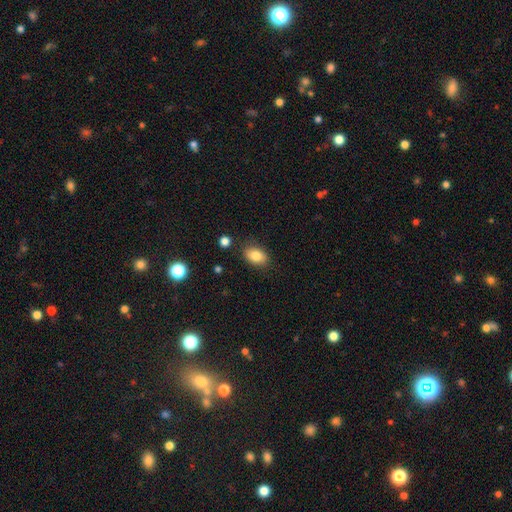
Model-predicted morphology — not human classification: Smooth or featured: smooth — 83% (featured or disk — 9%)
How rounded: in between — 86% (round — 12%)
Merging: none — 82% (minor disturbance — 12%)